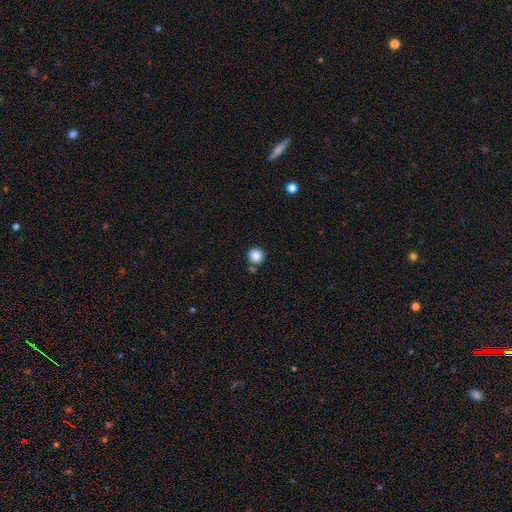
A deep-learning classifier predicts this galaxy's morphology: A smooth galaxy with no disk features (85%) that is round (96%).

Vote fractions:
- Smooth or featured? smooth: 85% / star or artifact: 10% / featured or disk: 5%
- How rounded? round: 96% / in between: 4% / cigar-shaped: 1%
- Merging? none: 86% / minor disturbance: 7% / merger: 6% / major disturbance: 2%